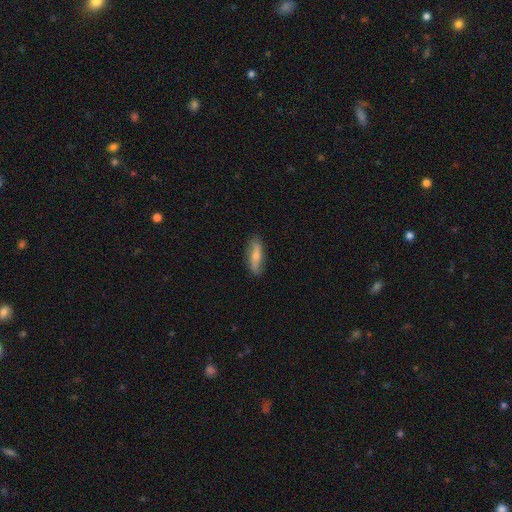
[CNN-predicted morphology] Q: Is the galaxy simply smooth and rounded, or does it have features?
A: featured or disk — 49%.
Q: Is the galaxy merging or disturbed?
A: none — 84%.